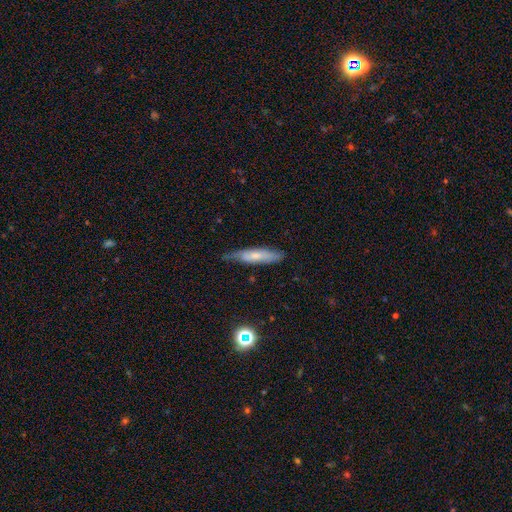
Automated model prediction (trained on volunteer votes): Smooth or featured: smooth — 60% (featured or disk — 33%)
How rounded: cigar-shaped — 77% (in between — 22%)
Merging: none — 65% (minor disturbance — 28%)